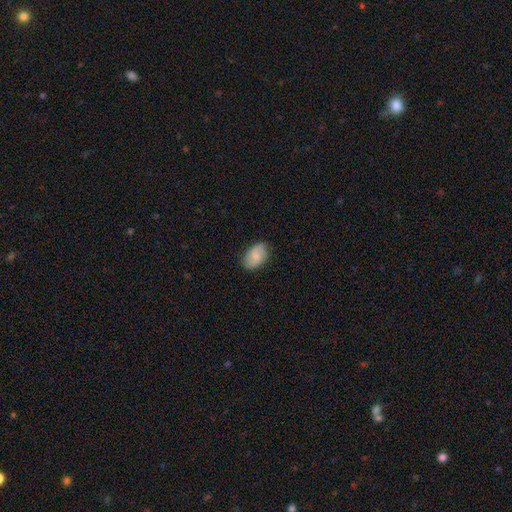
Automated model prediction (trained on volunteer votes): The model was most divided on "smooth or featured": smooth: 69%, featured or disk: 24%, star or artifact: 7%. More confident: how rounded — in between (88%); merging — none (78%).